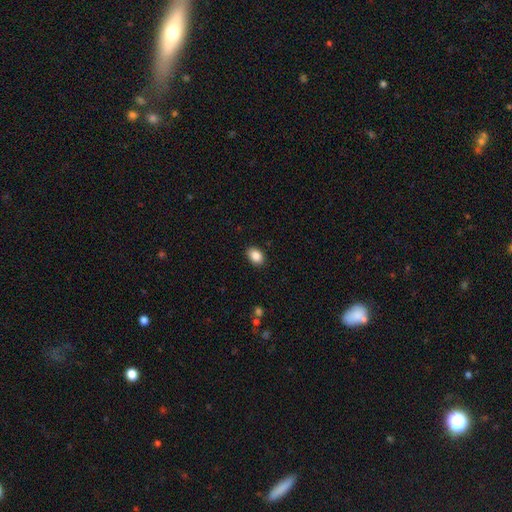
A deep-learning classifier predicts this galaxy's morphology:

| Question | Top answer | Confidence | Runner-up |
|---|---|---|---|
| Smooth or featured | smooth | 88% | star or artifact (8%) |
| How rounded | in between | 77% | round (22%) |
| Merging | none | 88% | minor disturbance (9%) |